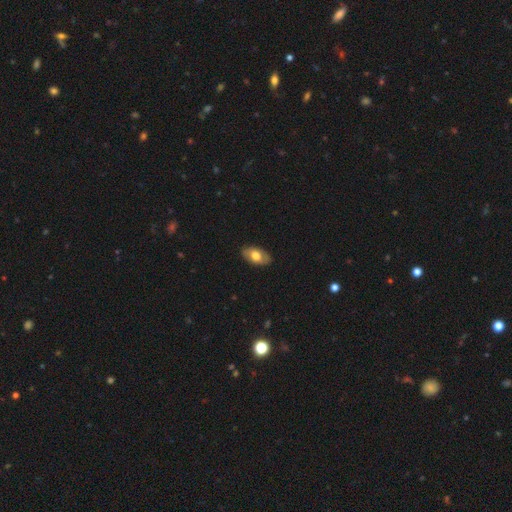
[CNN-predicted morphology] The model was most divided on "smooth or featured": smooth: 64%, featured or disk: 30%, star or artifact: 6%. More confident: how rounded — in between (93%); merging — none (85%).